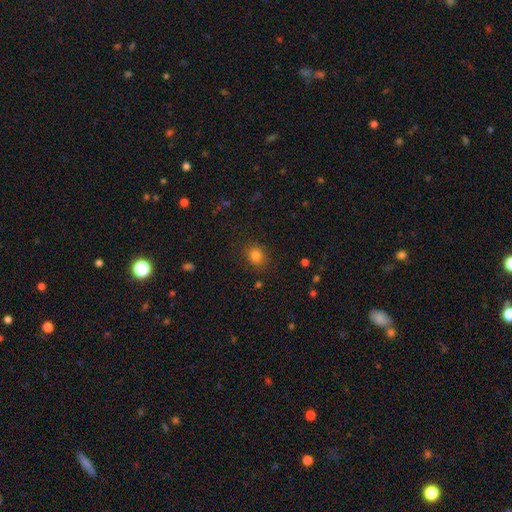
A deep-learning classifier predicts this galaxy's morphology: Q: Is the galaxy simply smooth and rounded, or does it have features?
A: smooth — 81%.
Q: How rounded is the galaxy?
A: round — 67%.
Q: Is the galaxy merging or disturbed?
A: none — 85%.